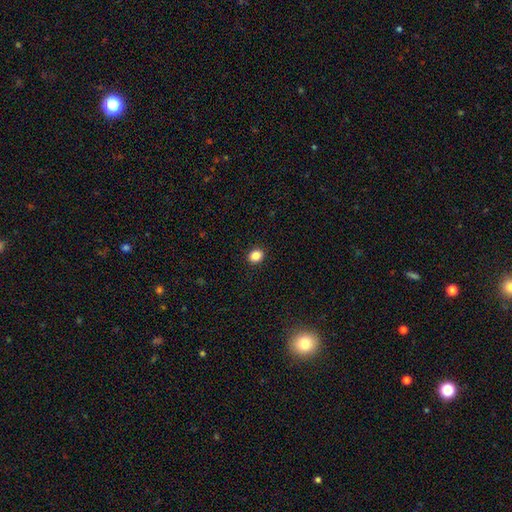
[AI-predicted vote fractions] The model was most divided on "how rounded": round: 66%, in between: 33%, cigar-shaped: 1%. More confident: merging — none (91%); smooth or featured — smooth (86%).